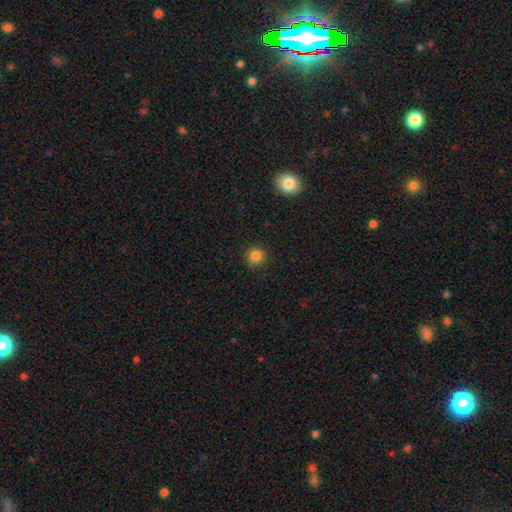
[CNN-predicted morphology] Overall: smooth (84%). How rounded: round (90%). Merging: none (86%).